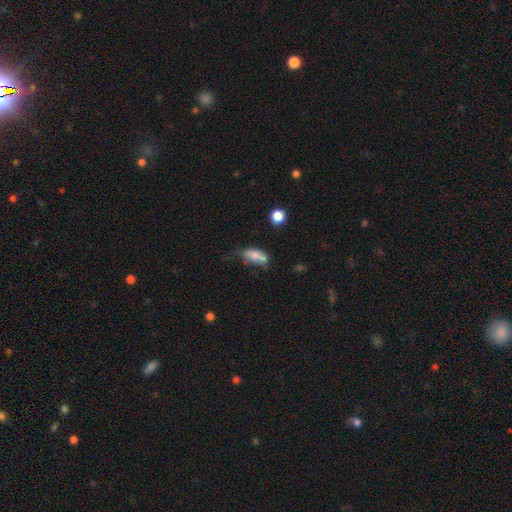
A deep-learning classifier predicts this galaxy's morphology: smooth-or-featured: smooth: 73% | featured or disk: 18% | star or artifact: 9%
  how-rounded: in between: 79% | cigar-shaped: 17% | round: 4%
  merging: none: 37% | minor disturbance: 33% | major disturbance: 18% | merger: 12%